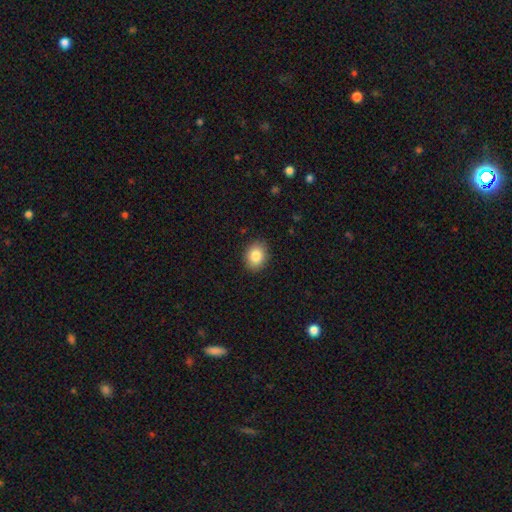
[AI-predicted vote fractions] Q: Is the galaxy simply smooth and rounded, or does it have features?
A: smooth — 85%.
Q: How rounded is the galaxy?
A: in between — 58%.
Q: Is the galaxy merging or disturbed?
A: none — 89%.